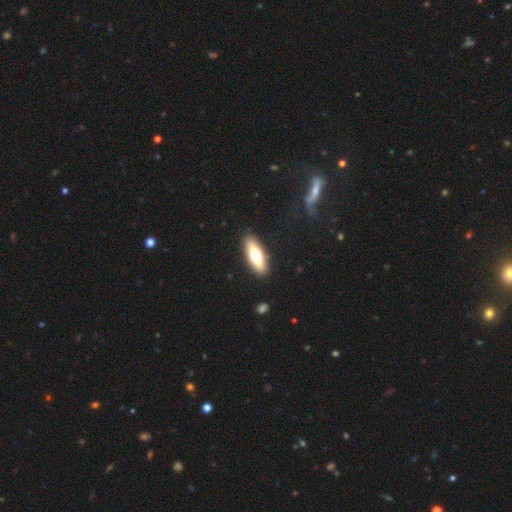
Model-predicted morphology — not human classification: smooth 64%, featured or disk 31%, star or artifact 6%. Down the decision tree: how rounded — in between (53%); merging — none (89%).